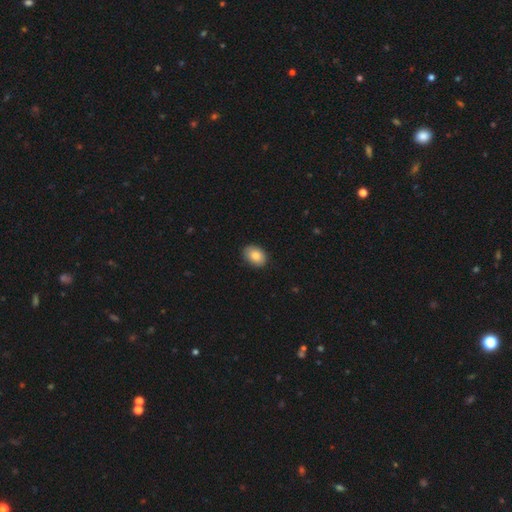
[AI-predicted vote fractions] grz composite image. It shows a smooth galaxy with no disk features (86%) that is in between round and cigar-shaped (80%). Merging: none (87%).